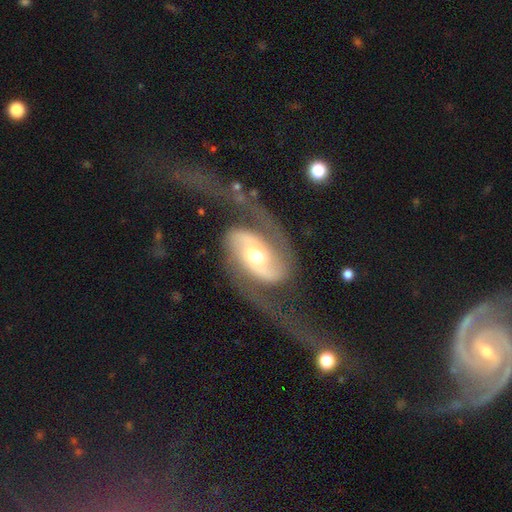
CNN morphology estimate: Q: Smooth or featured?
A: featured or disk (87%); runner-up: smooth (8%)
Q: Edge-on disk?
A: no (96%); runner-up: yes (4%)
Q: Bar?
A: no (42%); runner-up: weak (34%)
Q: Spiral arms?
A: yes (95%); runner-up: no (5%)
Q: Spiral winding?
A: loose (48%); runner-up: medium (40%)
Q: Spiral arm count?
A: 2 (93%); runner-up: can't tell (2%)
Q: Bulge size?
A: moderate (69%); runner-up: large (20%)
Q: Merging?
A: none (61%); runner-up: major disturbance (21%)